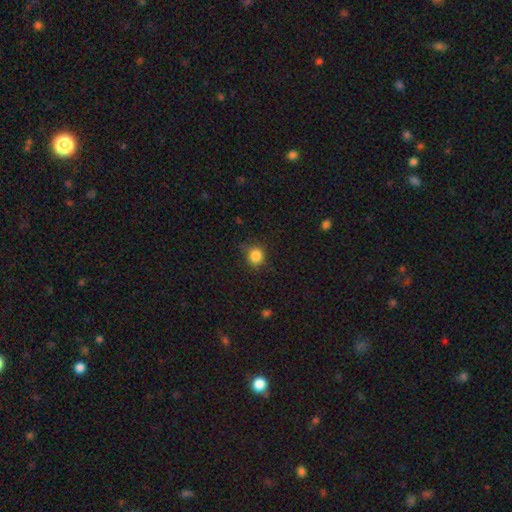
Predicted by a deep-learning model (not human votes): smooth-or-featured: smooth: 85% | star or artifact: 11% | featured or disk: 4%
  how-rounded: round: 84% | in between: 15% | cigar-shaped: 1%
  merging: none: 74% | minor disturbance: 19% | major disturbance: 5% | merger: 1%